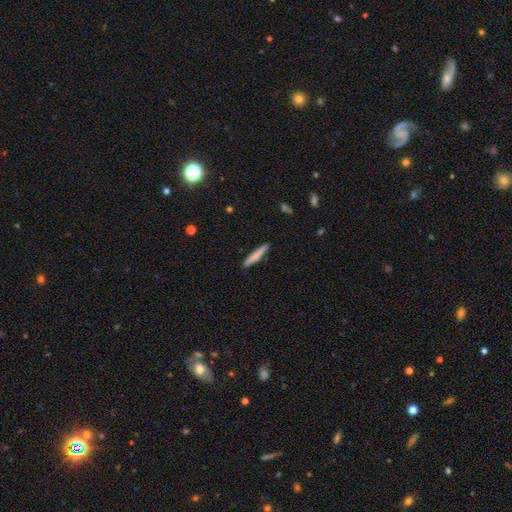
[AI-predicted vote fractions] Smooth or featured? Predicted: smooth (p=0.77). How rounded? Predicted: cigar-shaped (p=0.95). Merging? Predicted: none (p=0.91).